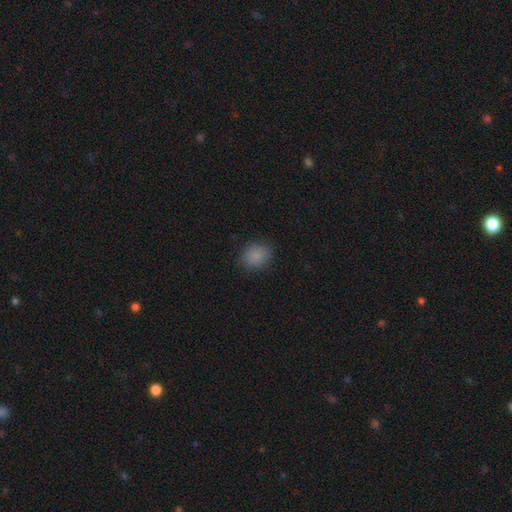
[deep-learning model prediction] Q: Smooth or featured?
A: smooth (85%); runner-up: star or artifact (11%)
Q: How rounded?
A: round (59%); runner-up: in between (40%)
Q: Merging?
A: none (82%); runner-up: minor disturbance (13%)